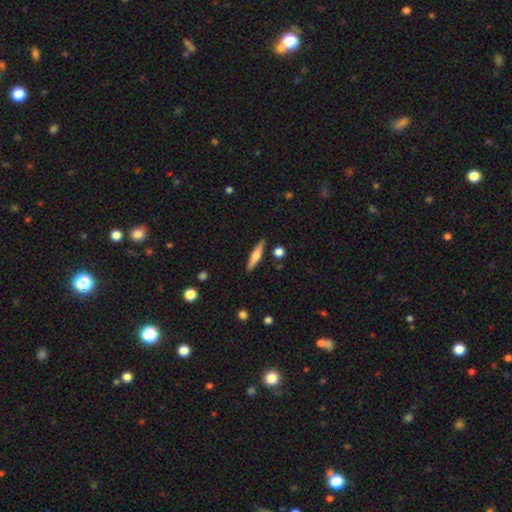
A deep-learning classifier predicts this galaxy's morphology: smooth 49%, featured or disk 44%, star or artifact 6%. Down the decision tree: merging — none (87%).